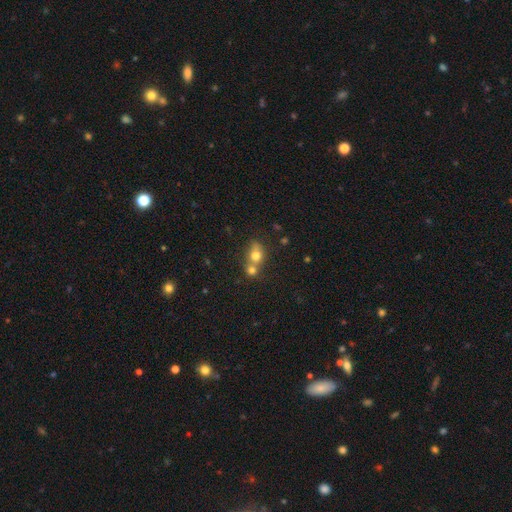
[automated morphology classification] This appears to be a smooth galaxy with no disk features (73%) that is round (63%). Merging: merger (54%).